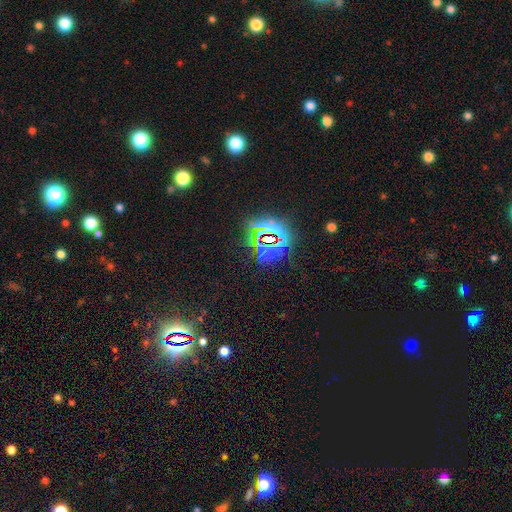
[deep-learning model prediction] The model was most divided on "smooth or featured": star or artifact: 80%, smooth: 12%, featured or disk: 7%.